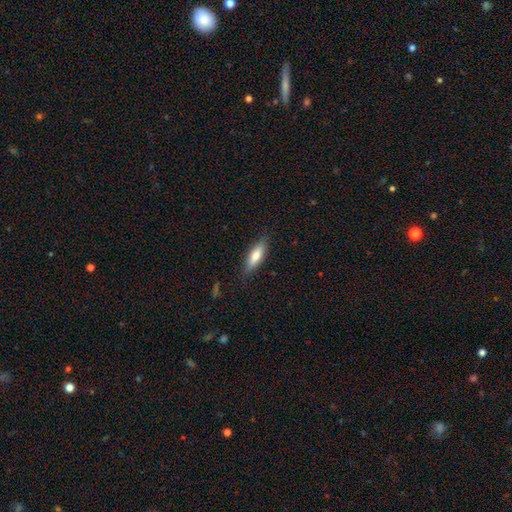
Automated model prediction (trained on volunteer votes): A smooth galaxy with no disk features (67%) that is cigar-shaped (49%). Merging: none (84%).